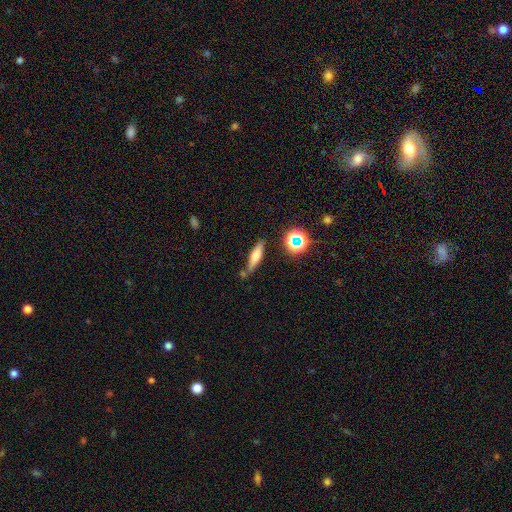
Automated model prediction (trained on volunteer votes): Morphology: type=smooth (48%); merging=none (77%).